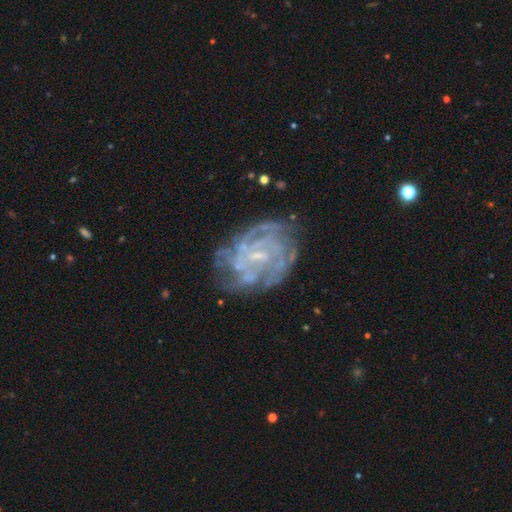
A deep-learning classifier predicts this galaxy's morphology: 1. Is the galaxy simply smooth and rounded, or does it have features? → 83% featured or disk, 9% star or artifact, 9% smooth.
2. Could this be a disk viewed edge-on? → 98% no, 2% yes.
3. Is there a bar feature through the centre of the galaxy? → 44% no, 43% weak, 12% strong.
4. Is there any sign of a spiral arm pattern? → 83% yes, 17% no.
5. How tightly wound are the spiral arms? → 61% tight, 30% medium, 9% loose.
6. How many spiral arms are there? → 43% can't tell, 15% 3, 15% 2, 13% 4, 7% more than 4, 7% 1.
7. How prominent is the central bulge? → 63% small, 20% none, 15% moderate, 1% large, 1% dominant.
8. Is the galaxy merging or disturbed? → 66% none, 19% minor disturbance, 12% major disturbance, 3% merger.